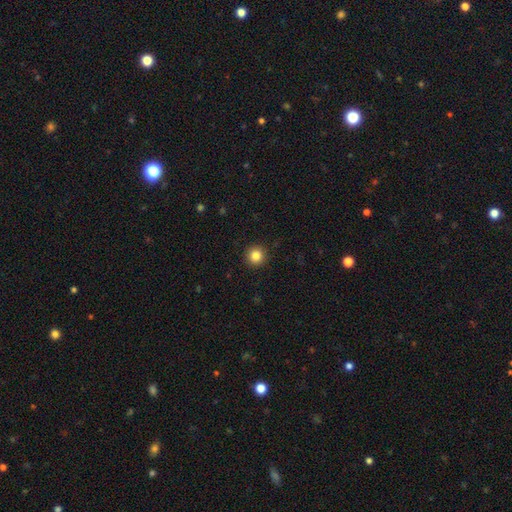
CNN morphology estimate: Overall: smooth (85%). How rounded: round (95%). Merging: none (92%).